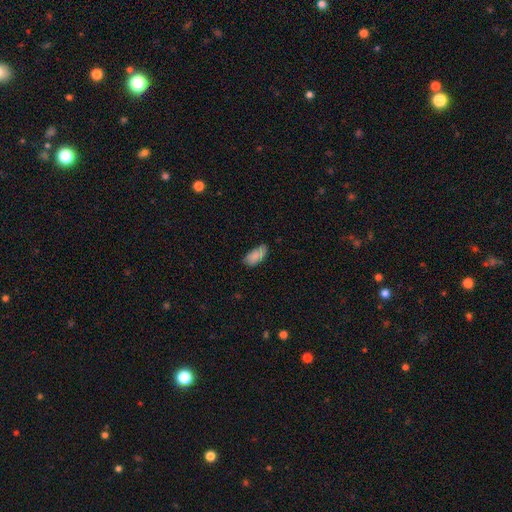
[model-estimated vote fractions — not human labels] This appears to be a smooth galaxy with no disk features (82%) that is in between round and cigar-shaped (92%). Merging: none (60%).